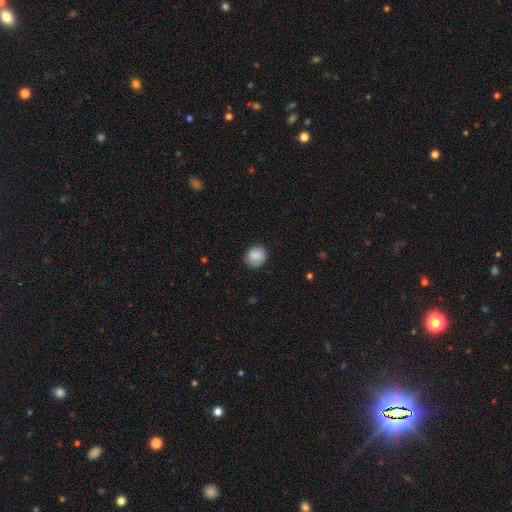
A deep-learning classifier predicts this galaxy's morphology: smooth-or-featured: smooth: 86% | star or artifact: 8% | featured or disk: 6%
  how-rounded: round: 81% | in between: 18% | cigar-shaped: 1%
  merging: none: 81% | minor disturbance: 15% | major disturbance: 4% | merger: 1%